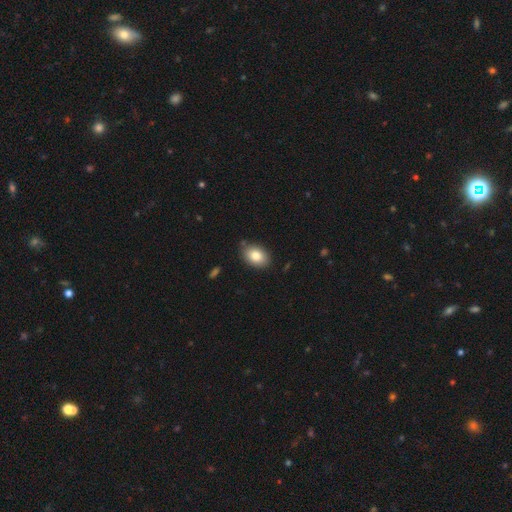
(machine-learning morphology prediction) smooth_or_featured: smooth (p=0.82) [alt: featured or disk p=0.10]
how_rounded: in between (p=0.85) [alt: round p=0.14]
merging: none (p=0.82) [alt: minor disturbance p=0.13]